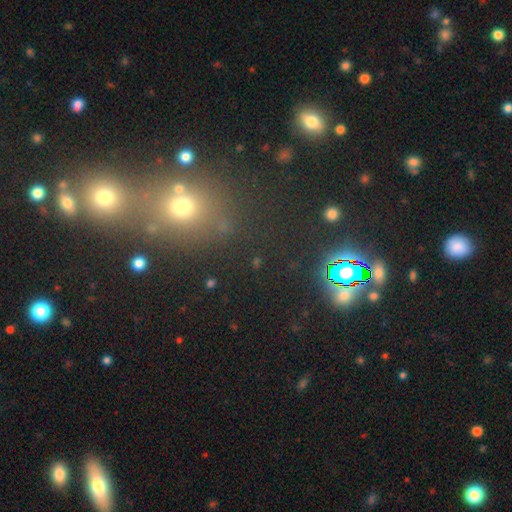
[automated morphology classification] Smooth or featured: star or artifact — 55% (smooth — 35%)